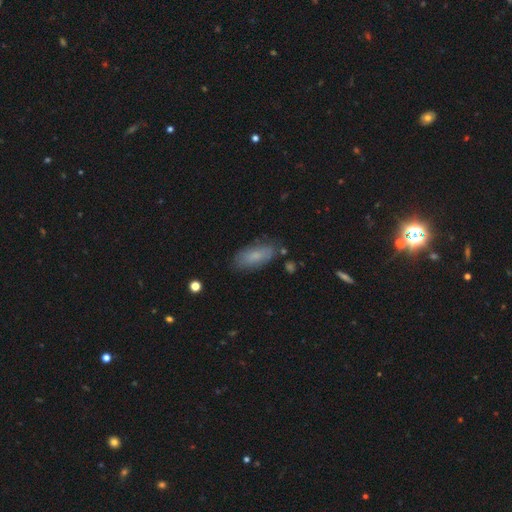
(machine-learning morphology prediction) Smooth or featured: smooth — 73% (featured or disk — 19%)
How rounded: in between — 83% (cigar-shaped — 14%)
Merging: none — 77% (minor disturbance — 17%)